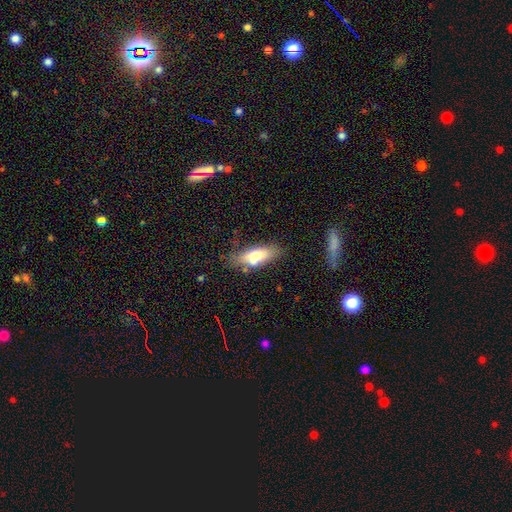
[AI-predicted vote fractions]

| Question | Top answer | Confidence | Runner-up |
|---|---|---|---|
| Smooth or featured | smooth | 69% | featured or disk (24%) |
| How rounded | in between | 68% | cigar-shaped (29%) |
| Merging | none | 64% | minor disturbance (19%) |